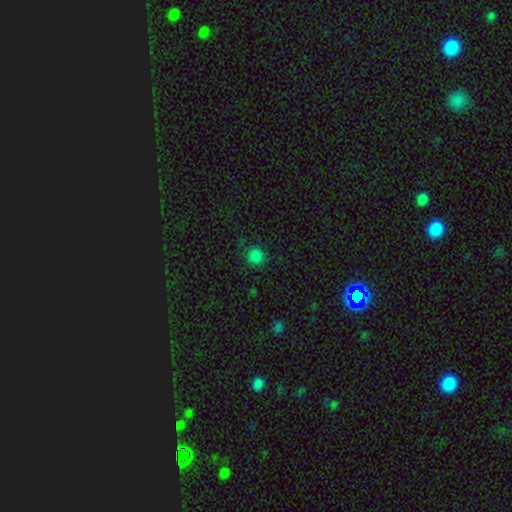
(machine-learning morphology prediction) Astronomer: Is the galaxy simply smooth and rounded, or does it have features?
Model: smooth — 82%.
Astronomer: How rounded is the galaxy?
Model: round — 90%.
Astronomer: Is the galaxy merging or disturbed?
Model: none — 82%.